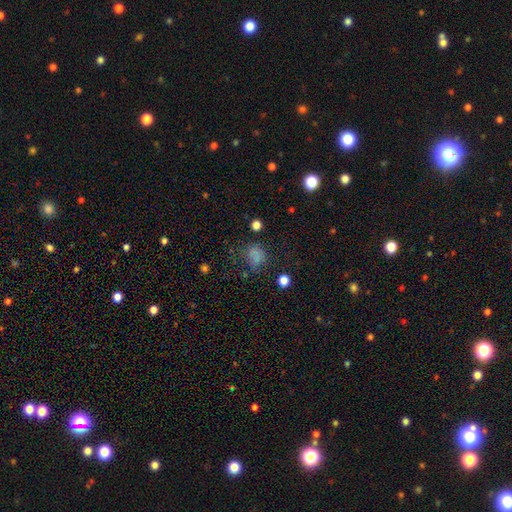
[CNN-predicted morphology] Smooth or featured? smooth (72%)
How rounded? round (53%)
Merging? none (60%)